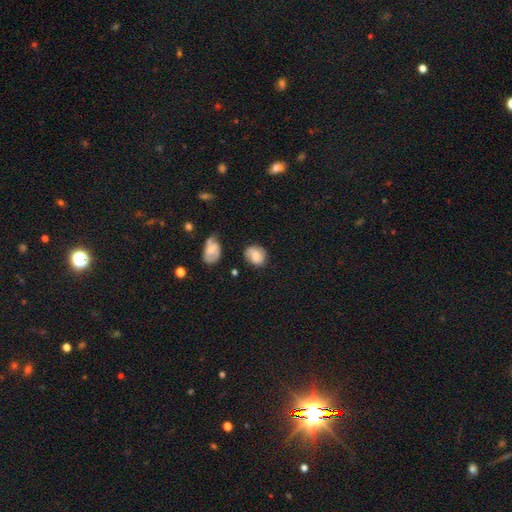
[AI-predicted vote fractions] A smooth galaxy with no disk features (58%) that is round (58%).

Vote fractions:
- Smooth or featured? smooth: 58% / featured or disk: 33% / star or artifact: 9%
- How rounded? round: 58% / in between: 40% / cigar-shaped: 1%
- Merging? none: 62% / minor disturbance: 26% / major disturbance: 8% / merger: 5%